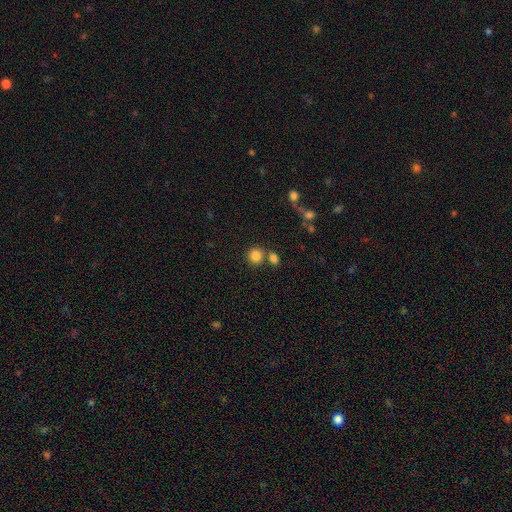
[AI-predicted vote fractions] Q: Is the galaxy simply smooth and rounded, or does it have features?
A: smooth — 84%.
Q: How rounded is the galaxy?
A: round — 86%.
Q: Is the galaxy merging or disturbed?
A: none — 65%.